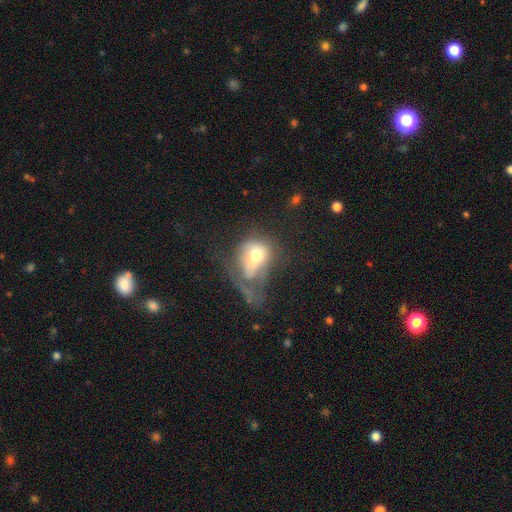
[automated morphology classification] Smooth or featured? Predicted: smooth (p=0.52). How rounded? Predicted: in between (p=0.51). Merging? Predicted: major disturbance (p=0.43).